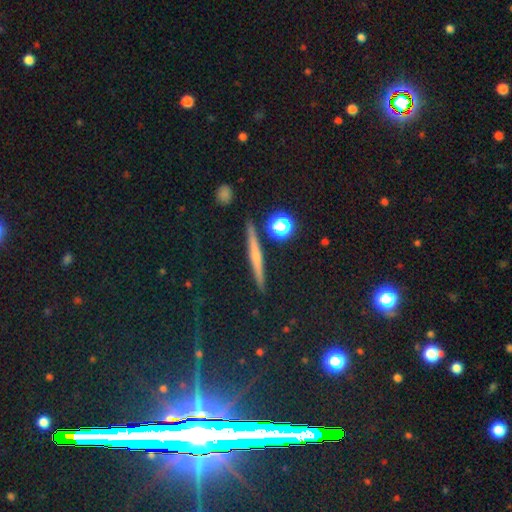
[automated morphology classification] Smooth or featured? Predicted: featured or disk (p=0.40). Merging? Predicted: none (p=0.89).